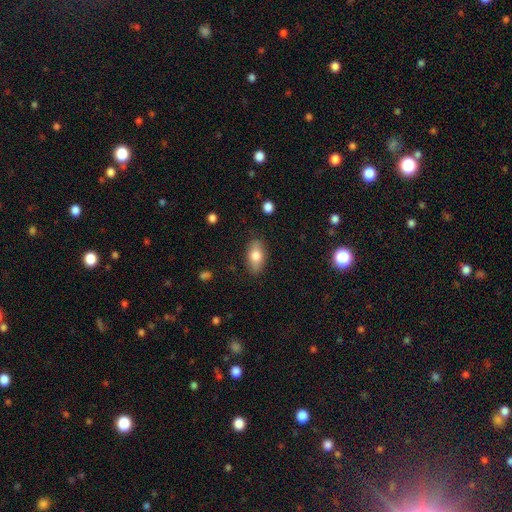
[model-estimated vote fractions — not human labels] Smooth or featured? smooth (75%)
How rounded? in between (89%)
Merging? none (84%)